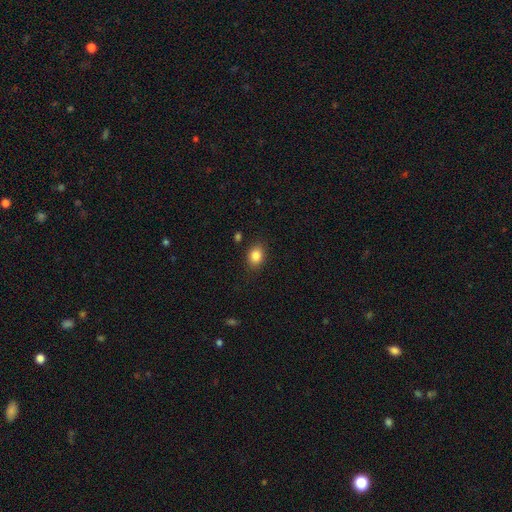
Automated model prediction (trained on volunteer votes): The model was most divided on "how rounded": in between: 62%, round: 37%, cigar-shaped: 1%. More confident: merging — none (85%); smooth or featured — smooth (85%).